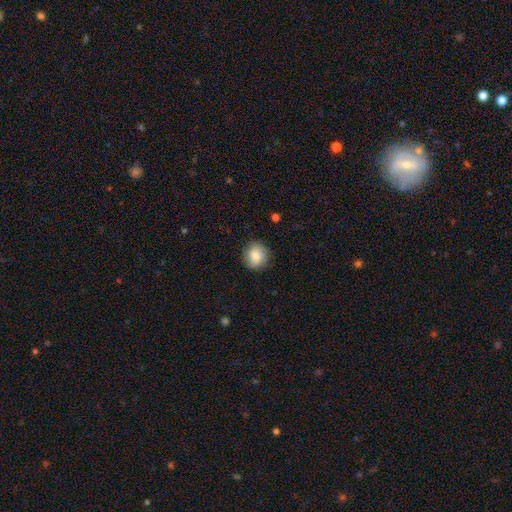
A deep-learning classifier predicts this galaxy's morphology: This is clearly a smooth galaxy (83%). How rounded: clearly round (82%). Merging: clearly none (83%).